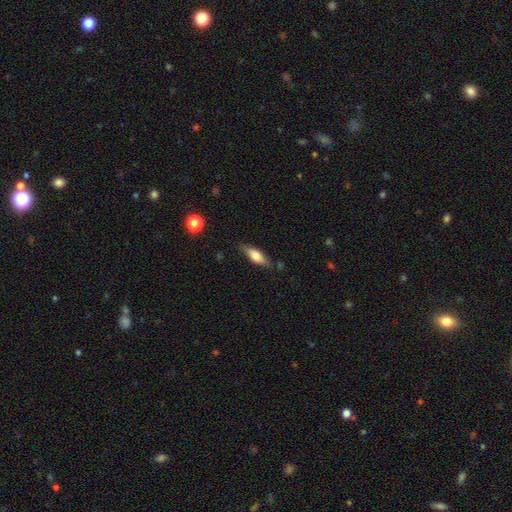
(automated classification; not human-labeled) A smooth galaxy with no disk features (60%) that is in between round and cigar-shaped (62%). Merging: none (77%).